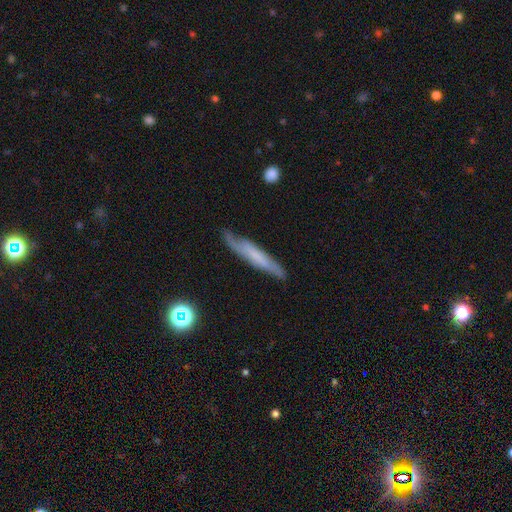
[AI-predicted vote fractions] This appears to be a featured or disk galaxy (53%) viewed edge-on (66%). Merging: none (71%).